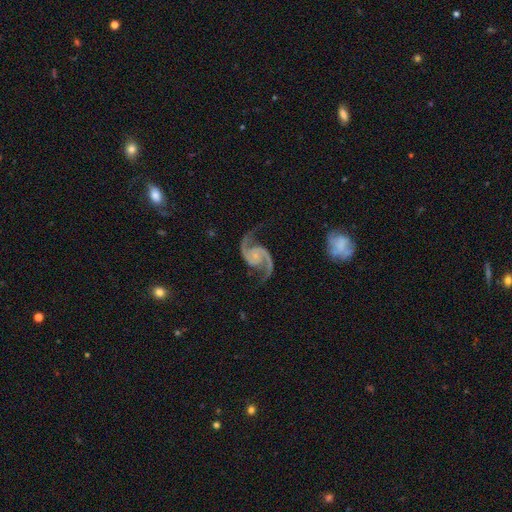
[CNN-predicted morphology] A featured or disk galaxy (94%) with no bar (66%), 2 (95%) medium (53%) spiral arms (99%) and a small central bulge (67%).

Vote fractions:
- Smooth or featured? featured or disk: 94% / star or artifact: 4% / smooth: 2%
- Edge-on disk? no: 98% / yes: 2%
- Bar? no: 66% / weak: 26% / strong: 8%
- Spiral arms? yes: 99% / no: 1%
- Spiral winding? medium: 53% / loose: 37% / tight: 10%
- Spiral arm count? 2: 95% / 3: 1% / can't tell: 1% / 1: 1% / 4: 1% / more than 4: 1%
- Bulge size? small: 67% / none: 15% / moderate: 15% / large: 2% / dominant: 1%
- Merging? none: 78% / minor disturbance: 13% / major disturbance: 7% / merger: 2%